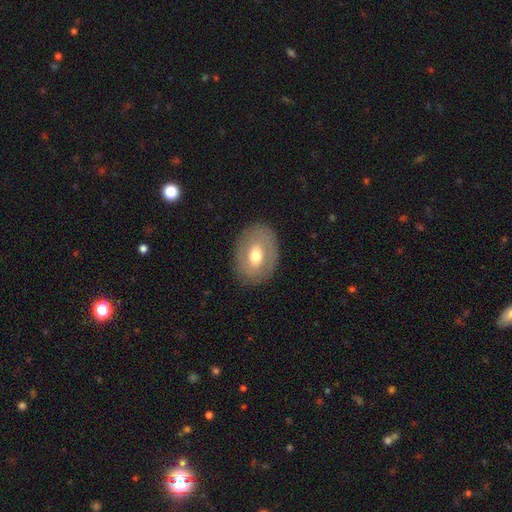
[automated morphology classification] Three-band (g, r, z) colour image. It shows a smooth galaxy with no disk features (51%) that is in between round and cigar-shaped (71%). Merging: none (85%).